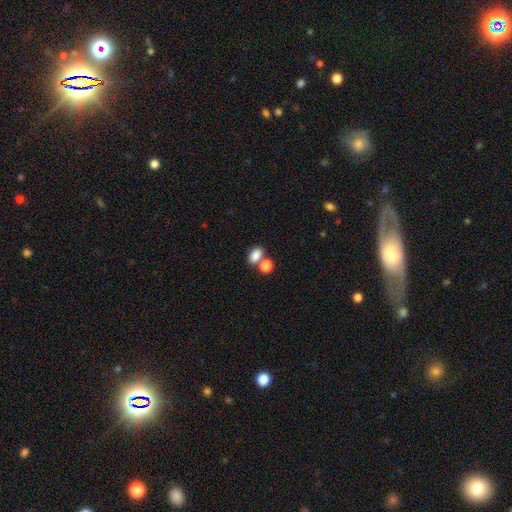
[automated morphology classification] Smooth or featured? Predicted: smooth (p=0.84). How rounded? Predicted: in between (p=0.78). Merging? Predicted: none (p=0.52).